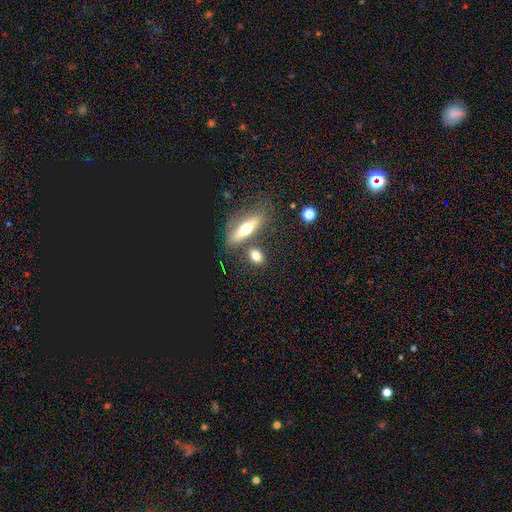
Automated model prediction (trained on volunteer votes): The model was most divided on "how rounded": in between: 60%, round: 25%, cigar-shaped: 15%. More confident: smooth or featured — smooth (70%); merging — none (70%).